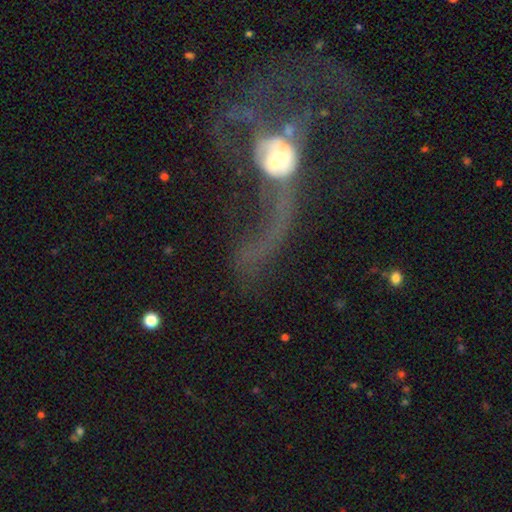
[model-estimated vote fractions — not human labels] Smooth or featured? Predicted: featured or disk (p=0.70). Edge-on disk? Predicted: no (p=0.92). Bar? Predicted: no (p=0.63). Spiral arms? Predicted: yes (p=0.67). Bulge size? Predicted: moderate (p=0.48). Merging? Predicted: major disturbance (p=0.57).